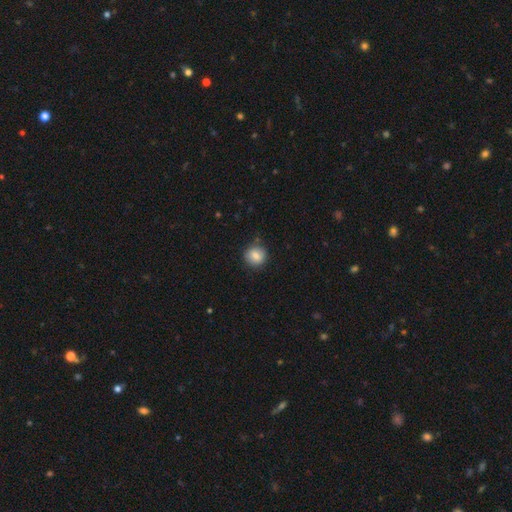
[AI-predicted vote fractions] Q: Smooth or featured?
A: smooth (80%); runner-up: featured or disk (10%)
Q: How rounded?
A: round (89%); runner-up: in between (10%)
Q: Merging?
A: none (85%); runner-up: minor disturbance (11%)